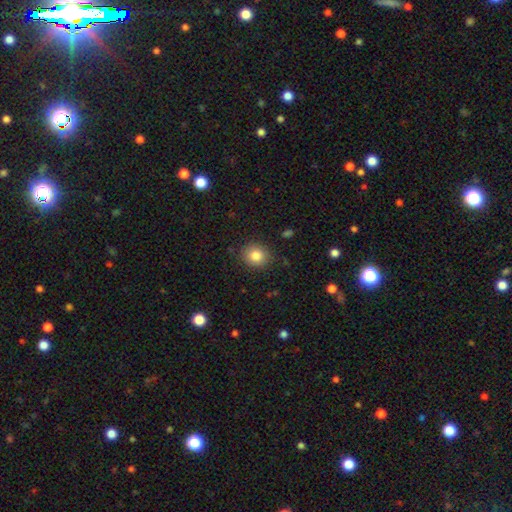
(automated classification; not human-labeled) smooth 84%, star or artifact 10%, featured or disk 6%. Down the decision tree: how rounded — round (78%); merging — none (88%).